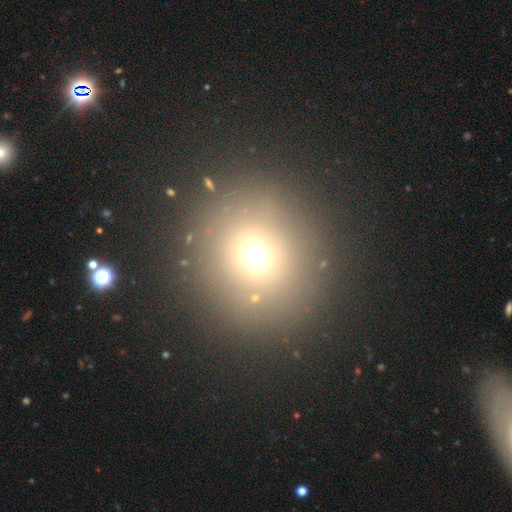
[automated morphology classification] This appears to be a smooth galaxy with no disk features (65%) that is round (88%). Merging: none (85%).